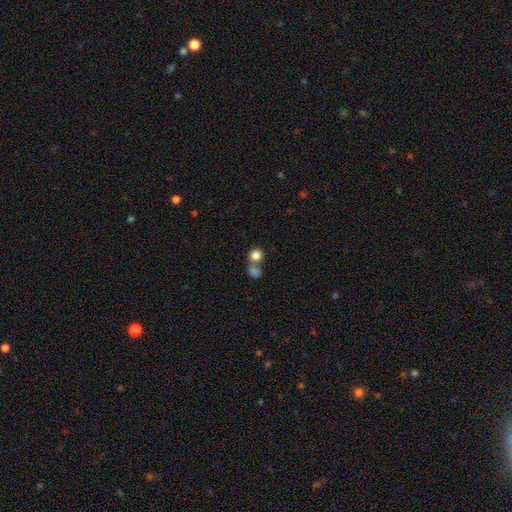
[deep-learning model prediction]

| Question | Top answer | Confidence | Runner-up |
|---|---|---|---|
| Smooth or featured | smooth | 82% | star or artifact (10%) |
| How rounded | round | 85% | in between (14%) |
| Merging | none | 47% | merger (41%) |